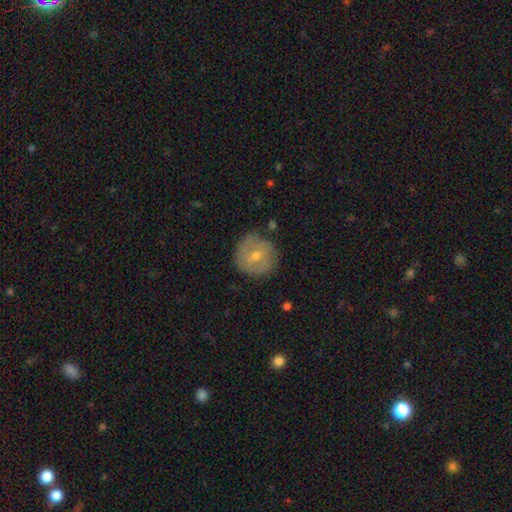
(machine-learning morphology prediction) A smooth galaxy with no disk features (57%) that is round (92%). Merging: none (75%).